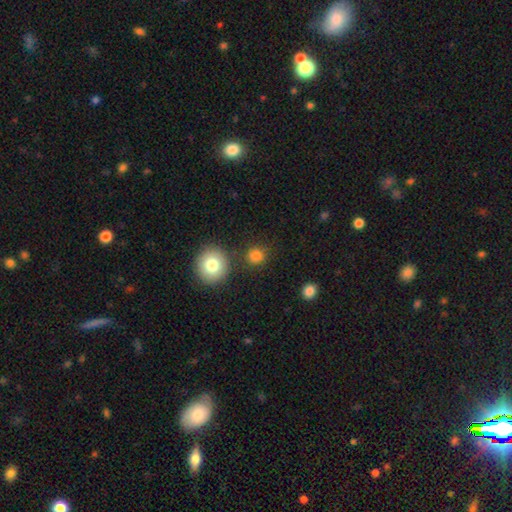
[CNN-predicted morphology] This is clearly a smooth galaxy (83%). How rounded: clearly round (89%). Merging: clearly none (80%).